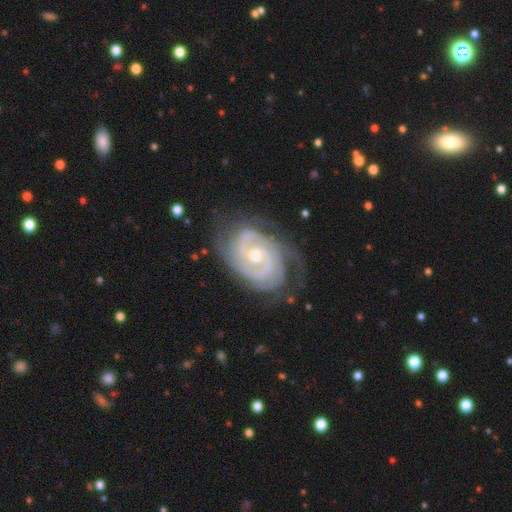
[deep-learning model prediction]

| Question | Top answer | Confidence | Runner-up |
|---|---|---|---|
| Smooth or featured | featured or disk | 92% | star or artifact (4%) |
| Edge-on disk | no | 97% | yes (3%) |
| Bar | no | 62% | weak (29%) |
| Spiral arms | yes | 98% | no (2%) |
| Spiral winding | tight | 76% | medium (21%) |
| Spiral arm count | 2 | 52% | 3 (21%) |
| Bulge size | moderate | 52% | small (45%) |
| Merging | none | 72% | minor disturbance (19%) |